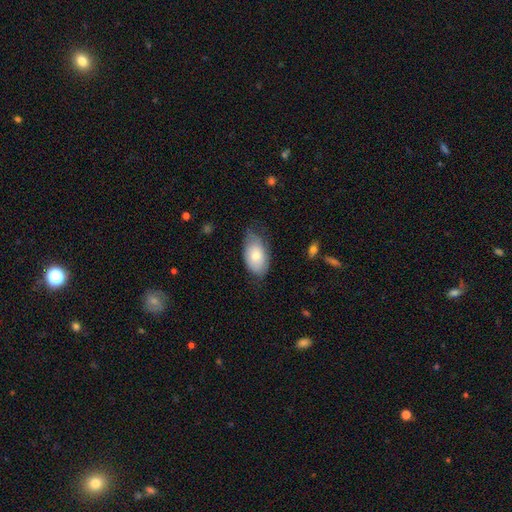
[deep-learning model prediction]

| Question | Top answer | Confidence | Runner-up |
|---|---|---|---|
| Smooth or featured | smooth | 74% | featured or disk (19%) |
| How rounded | in between | 93% | round (6%) |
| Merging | none | 55% | minor disturbance (35%) |